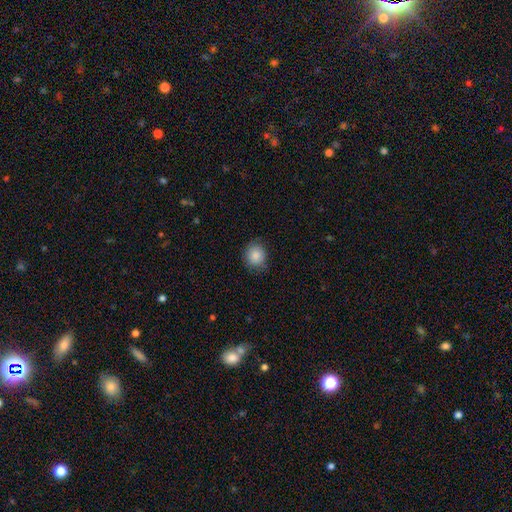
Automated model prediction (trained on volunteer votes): A smooth galaxy with no disk features (87%) that is round (79%). Merging: none (83%).